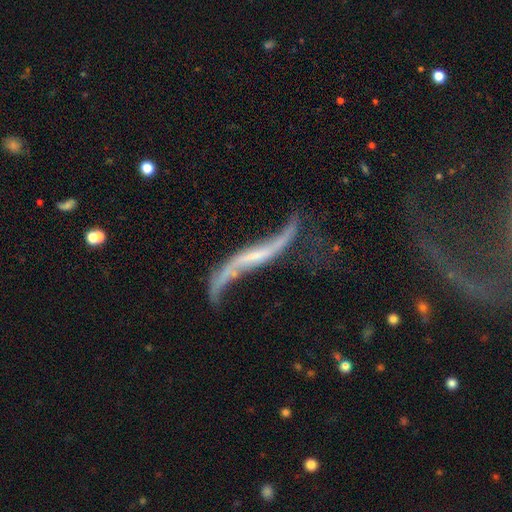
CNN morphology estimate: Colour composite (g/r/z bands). It shows a featured or disk galaxy (81%). Merging: none (44%).